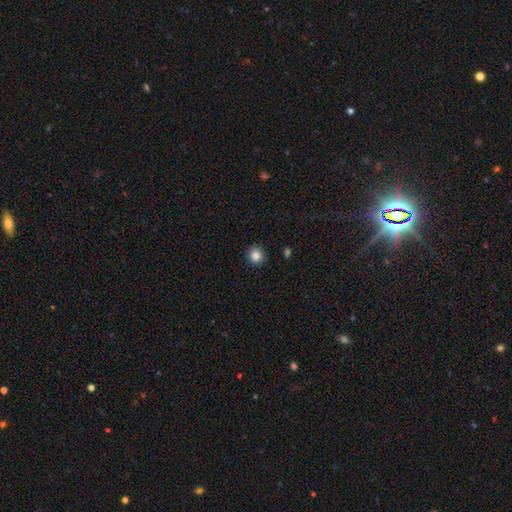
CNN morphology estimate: smooth 85%, star or artifact 10%, featured or disk 5%. Down the decision tree: how rounded — round (92%); merging — none (91%).